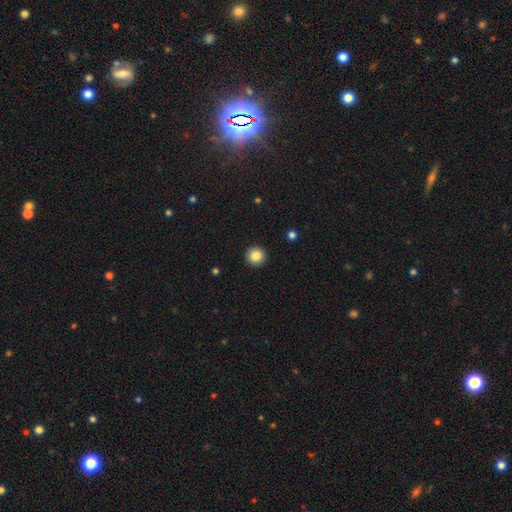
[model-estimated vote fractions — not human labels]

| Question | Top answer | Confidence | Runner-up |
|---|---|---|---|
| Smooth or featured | smooth | 85% | star or artifact (10%) |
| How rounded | round | 96% | in between (3%) |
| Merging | none | 93% | minor disturbance (4%) |